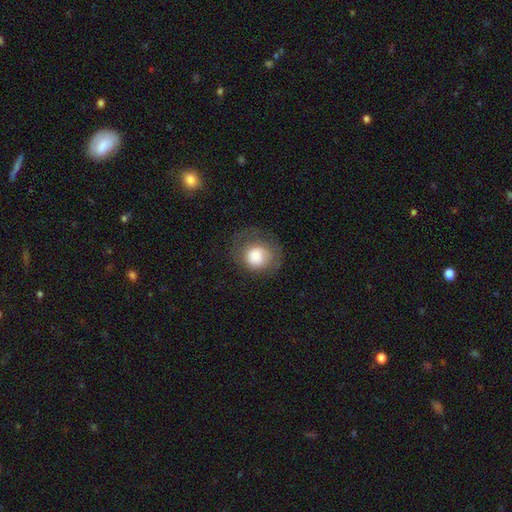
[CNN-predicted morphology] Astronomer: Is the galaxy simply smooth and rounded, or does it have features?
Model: smooth — 70%.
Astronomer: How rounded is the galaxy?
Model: round — 82%.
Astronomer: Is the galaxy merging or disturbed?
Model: none — 61%.